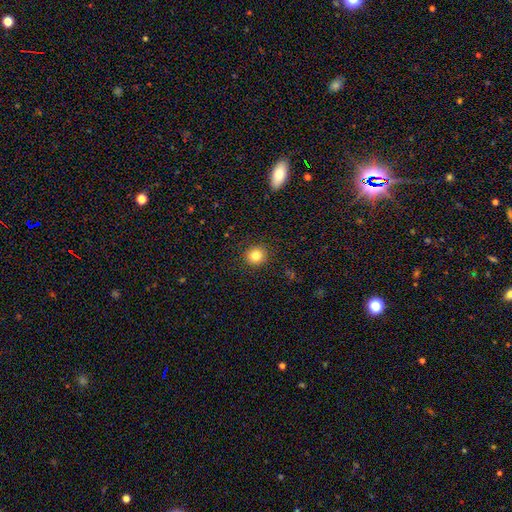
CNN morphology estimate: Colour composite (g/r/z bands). It shows a smooth galaxy with no disk features (83%) that is round (90%). Merging: none (91%).